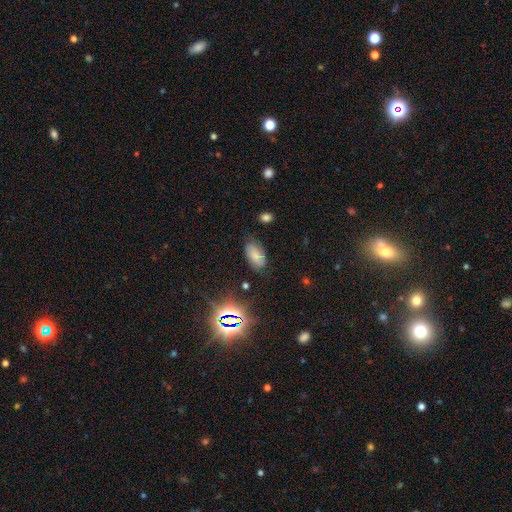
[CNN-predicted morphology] Smooth or featured? Predicted: smooth (p=0.69). How rounded? Predicted: in between (p=0.93). Merging? Predicted: none (p=0.72).